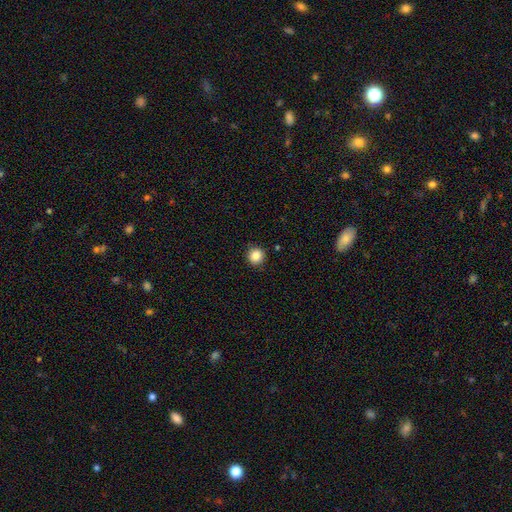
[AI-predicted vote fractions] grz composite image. It shows a smooth galaxy with no disk features (86%) that is round (91%). Merging: none (90%).